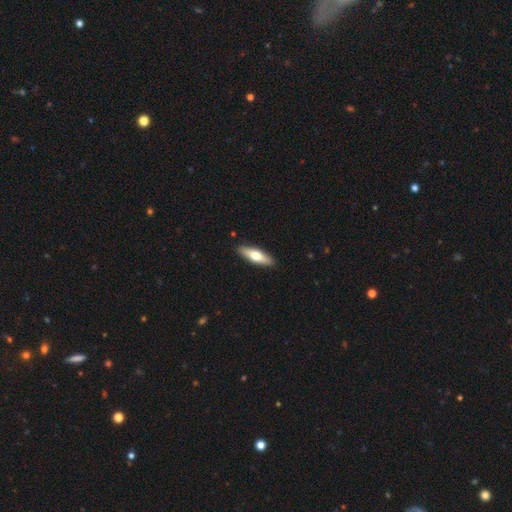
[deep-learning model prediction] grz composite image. It shows a smooth galaxy with no disk features (56%) that is cigar-shaped (54%). Merging: none (90%).